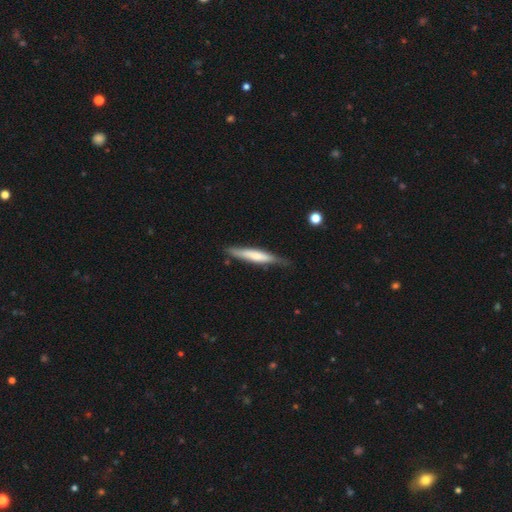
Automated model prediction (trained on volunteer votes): Smooth or featured? smooth (56%)
How rounded? cigar-shaped (92%)
Merging? none (76%)